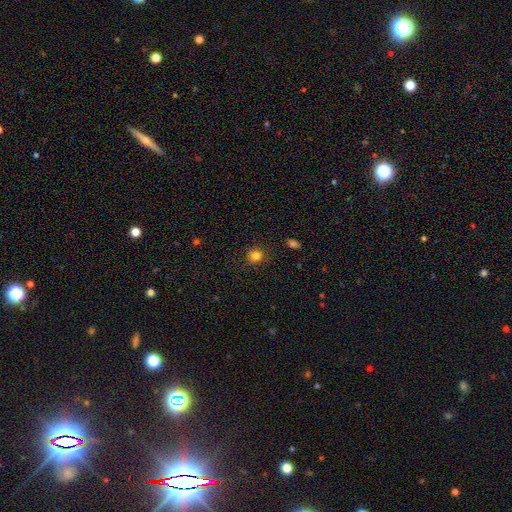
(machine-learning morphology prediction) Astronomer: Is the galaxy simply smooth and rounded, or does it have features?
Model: smooth — 83%.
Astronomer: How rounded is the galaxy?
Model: round — 84%.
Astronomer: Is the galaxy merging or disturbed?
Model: none — 87%.